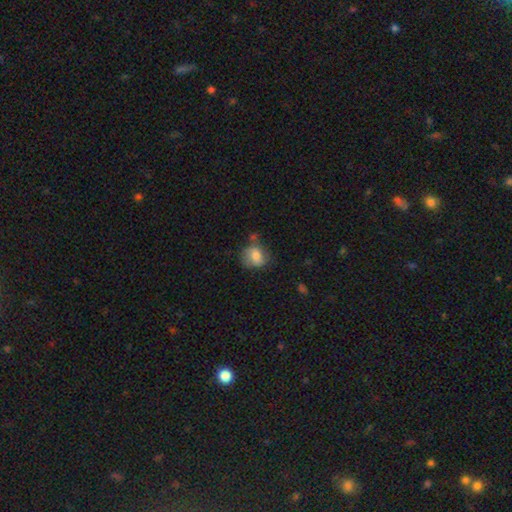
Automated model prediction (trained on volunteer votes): smooth_or_featured: smooth (p=0.76) [alt: featured or disk p=0.16]
how_rounded: round (p=0.66) [alt: in between p=0.33]
merging: none (p=0.54) [alt: minor disturbance p=0.28]